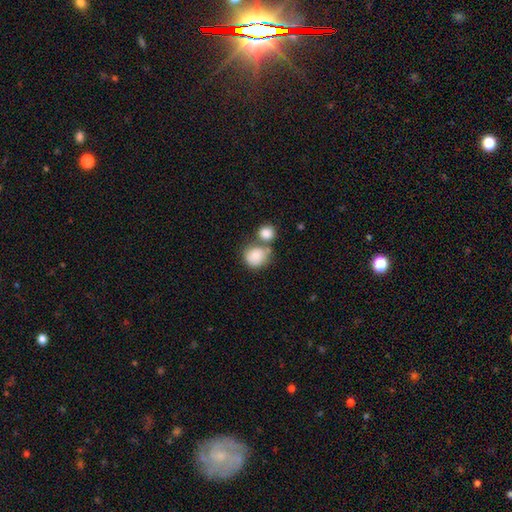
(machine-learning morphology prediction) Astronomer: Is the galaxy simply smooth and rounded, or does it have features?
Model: smooth — 83%.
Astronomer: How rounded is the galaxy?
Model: round — 81%.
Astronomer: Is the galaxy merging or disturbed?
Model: none — 45% (runner-up: merger, 38%).